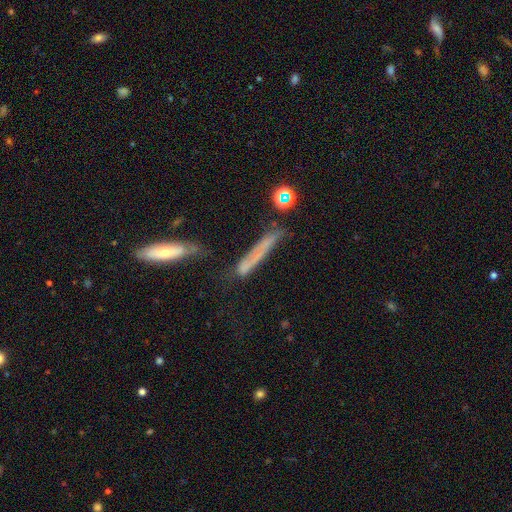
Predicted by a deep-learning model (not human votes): Overall: smooth (52%; featured or disk 36%). How rounded: cigar-shaped (91%). Merging: none (49%; minor disturbance 24%).